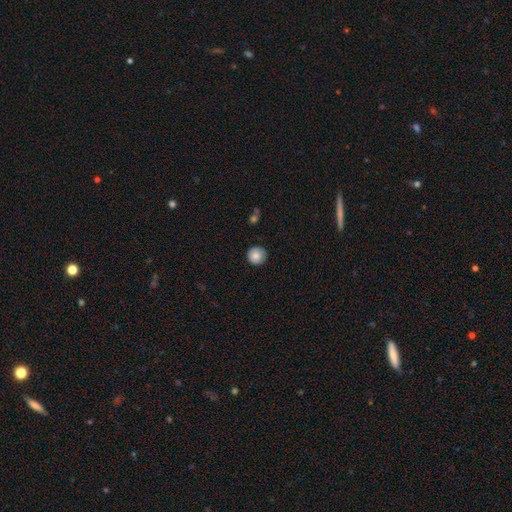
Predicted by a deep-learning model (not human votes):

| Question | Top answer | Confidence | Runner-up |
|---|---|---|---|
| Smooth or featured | smooth | 84% | featured or disk (8%) |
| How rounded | round | 95% | in between (4%) |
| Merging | none | 89% | minor disturbance (8%) |